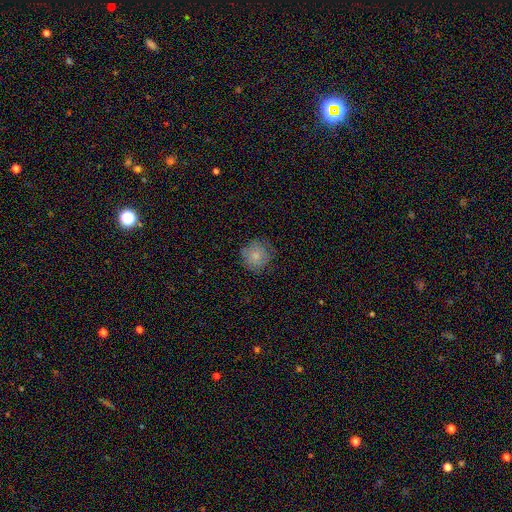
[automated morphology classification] type=smooth (79%); roundness=round (93%); merging=none (80%).